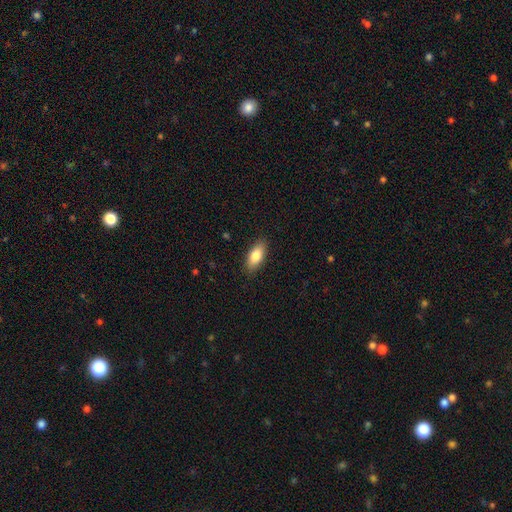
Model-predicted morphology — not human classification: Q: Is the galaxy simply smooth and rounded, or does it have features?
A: smooth — 81%.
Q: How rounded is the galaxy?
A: in between — 83%.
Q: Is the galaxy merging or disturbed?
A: none — 88%.